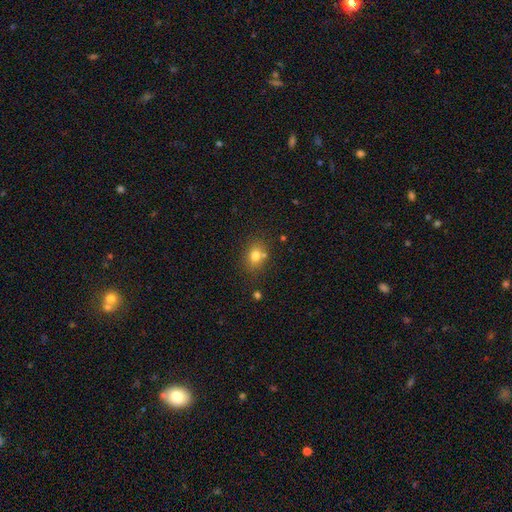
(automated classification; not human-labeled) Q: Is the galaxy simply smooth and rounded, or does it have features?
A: smooth — 76%.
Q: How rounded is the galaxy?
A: in between — 50%.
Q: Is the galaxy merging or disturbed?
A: none — 69%.